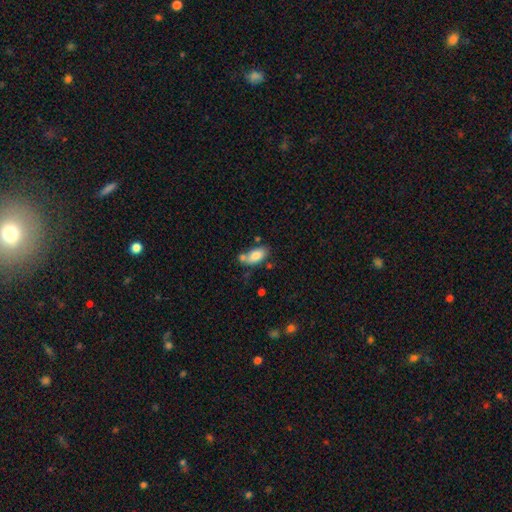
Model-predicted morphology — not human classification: type=smooth (82%); roundness=in between (90%); merging=none (50%).